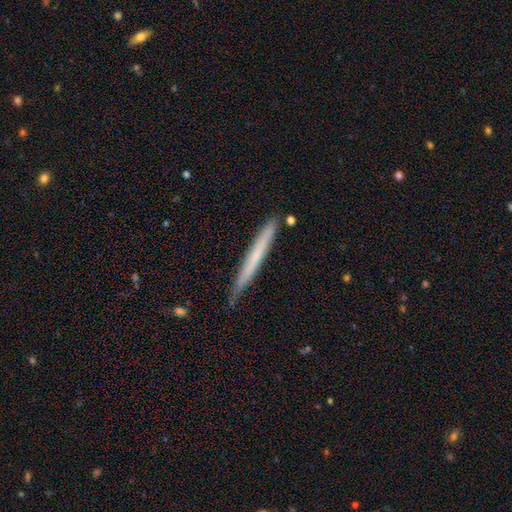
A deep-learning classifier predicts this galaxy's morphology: type=smooth (55%); roundness=cigar-shaped (97%); merging=none (81%).